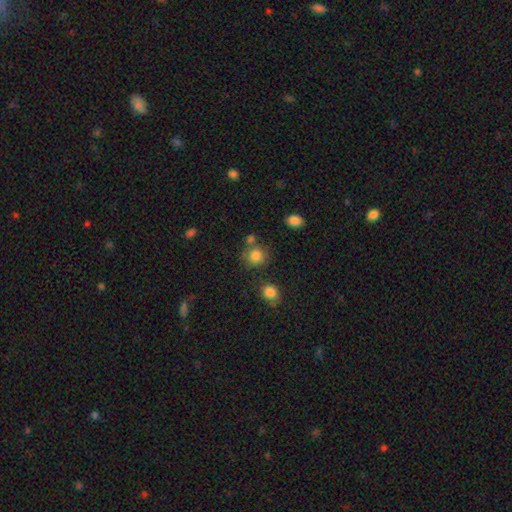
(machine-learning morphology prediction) type=smooth (82%); roundness=round (84%); merging=none (69%).